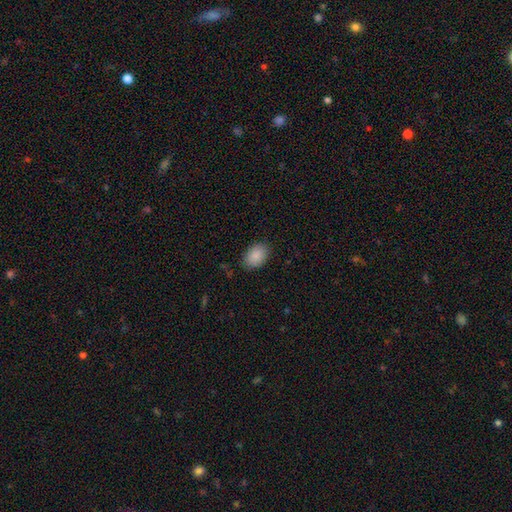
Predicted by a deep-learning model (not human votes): The model was most divided on "how rounded": in between: 83%, round: 16%, cigar-shaped: 1%. More confident: smooth or featured — smooth (89%); merging — none (85%).